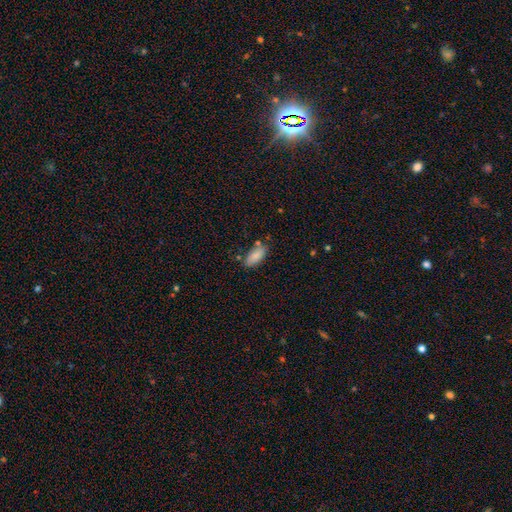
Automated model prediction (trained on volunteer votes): smooth_or_featured: smooth (p=0.86) [alt: featured or disk p=0.07]
how_rounded: in between (p=0.88) [alt: cigar-shaped p=0.10]
merging: none (p=0.74) [alt: minor disturbance p=0.16]